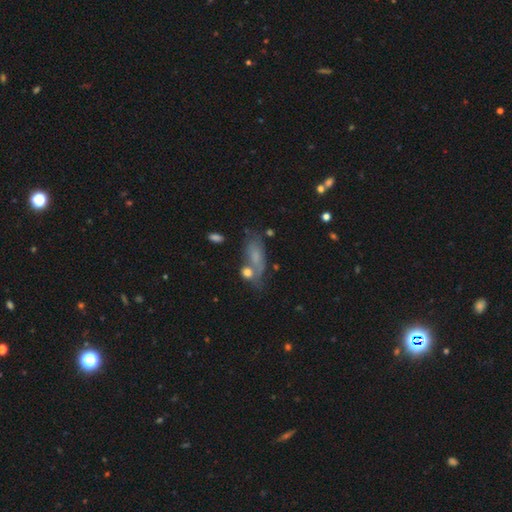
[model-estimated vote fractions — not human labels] Smooth or featured? smooth (60%)
How rounded? in between (77%)
Merging? none (48%)